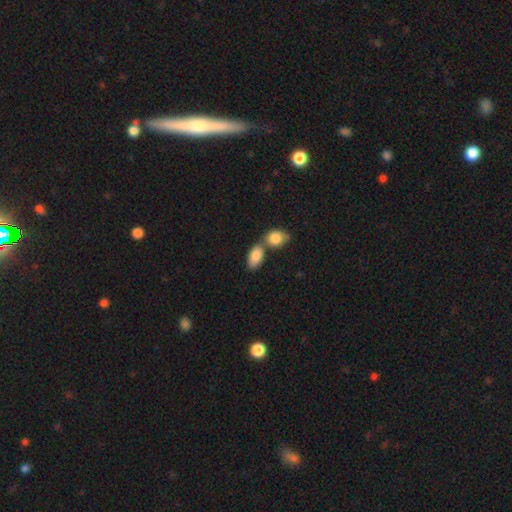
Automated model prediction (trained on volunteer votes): smooth_or_featured: smooth (p=0.85) [alt: featured or disk p=0.08]
how_rounded: in between (p=0.90) [alt: round p=0.06]
merging: merger (p=0.52) [alt: none p=0.36]